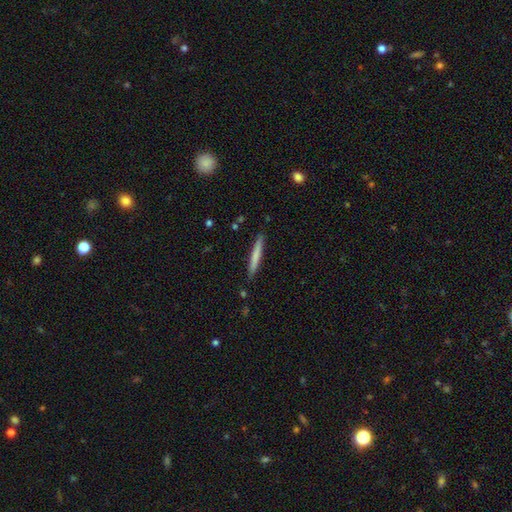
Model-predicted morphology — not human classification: A smooth galaxy with no disk features (70%) that is cigar-shaped (96%).

Vote fractions:
- Smooth or featured? smooth: 70% / featured or disk: 24% / star or artifact: 5%
- How rounded? cigar-shaped: 96% / in between: 3% / round: 1%
- Merging? none: 89% / minor disturbance: 8% / major disturbance: 1% / merger: 1%